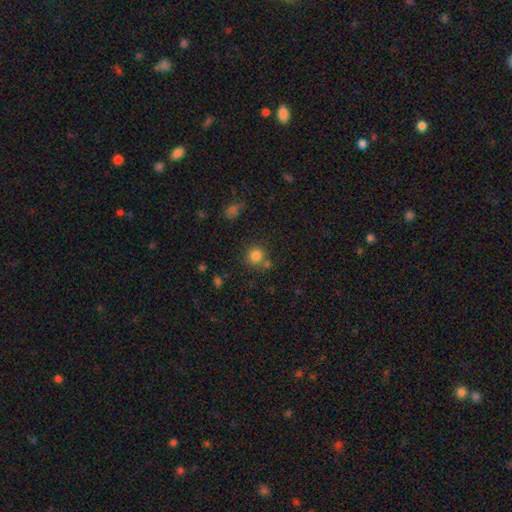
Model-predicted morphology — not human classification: Q: Smooth or featured?
A: smooth (82%); runner-up: star or artifact (12%)
Q: How rounded?
A: round (91%); runner-up: in between (8%)
Q: Merging?
A: none (69%); runner-up: merger (16%)